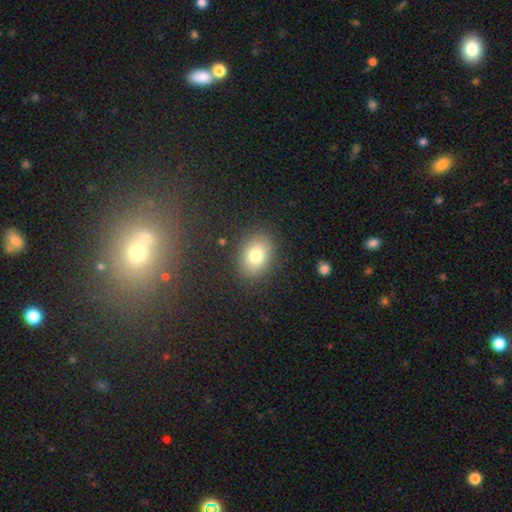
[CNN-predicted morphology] Q: Smooth or featured?
A: smooth (78%); runner-up: star or artifact (11%)
Q: How rounded?
A: in between (67%); runner-up: round (32%)
Q: Merging?
A: none (86%); runner-up: minor disturbance (9%)